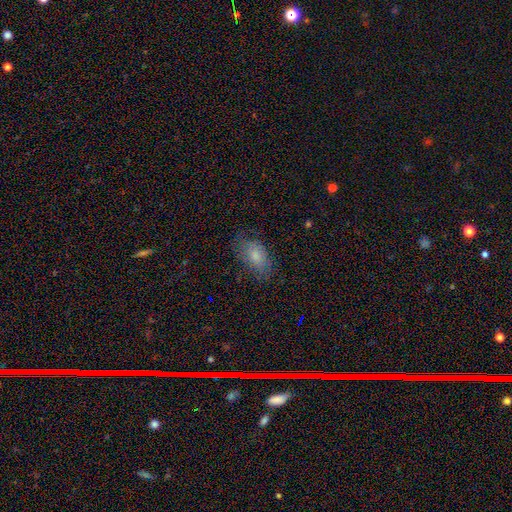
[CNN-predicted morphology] This is likely a smooth galaxy (73%). How rounded: clearly in between (90%). Merging: likely none (67%).